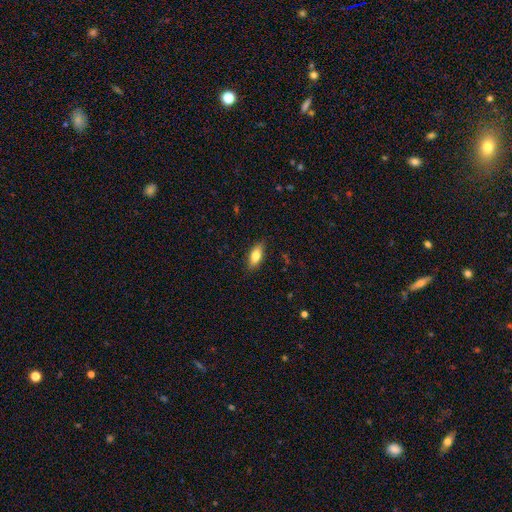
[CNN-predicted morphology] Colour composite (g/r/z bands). It shows a smooth galaxy with no disk features (76%) that is in between round and cigar-shaped (80%). Merging: none (84%).